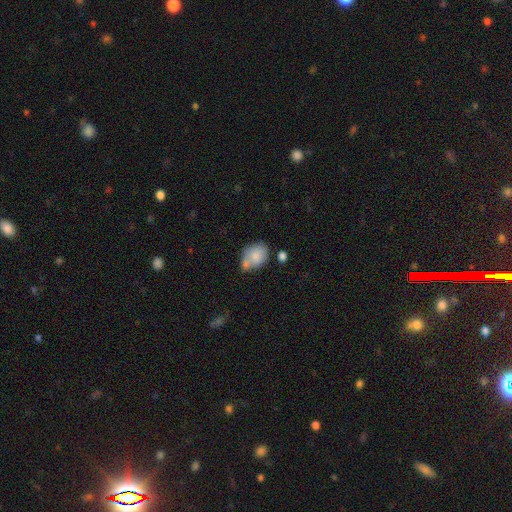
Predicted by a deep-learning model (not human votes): A smooth galaxy with no disk features (79%) that is in between round and cigar-shaped (63%). Merging: none (42%).